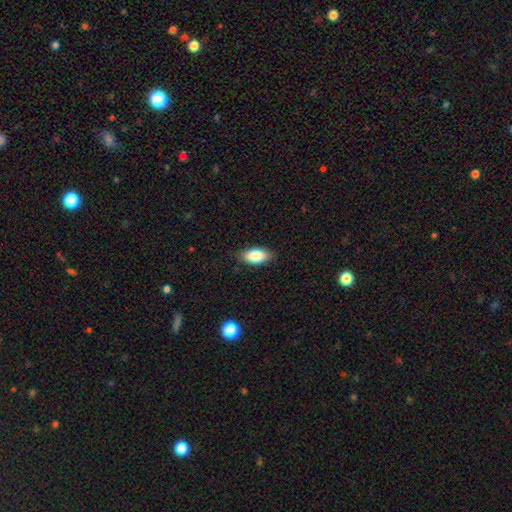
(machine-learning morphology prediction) Overall: smooth (83%). How rounded: in between (90%). Merging: none (86%).